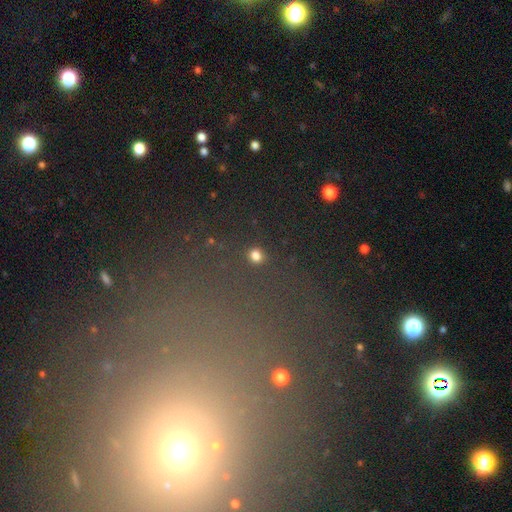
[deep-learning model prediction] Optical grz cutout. It shows a smooth galaxy with no disk features (77%) that is round (84%). Merging: none (86%).